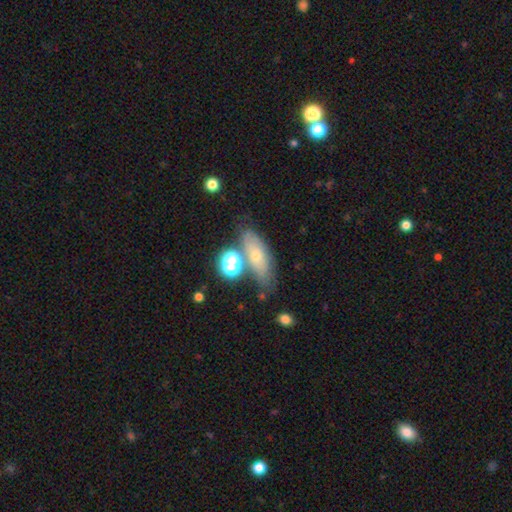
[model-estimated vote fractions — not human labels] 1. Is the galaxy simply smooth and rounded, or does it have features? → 56% smooth, 31% featured or disk, 13% star or artifact.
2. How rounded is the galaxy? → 64% in between, 25% cigar-shaped, 11% round.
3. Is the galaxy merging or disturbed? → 57% none, 19% minor disturbance, 16% merger, 8% major disturbance.